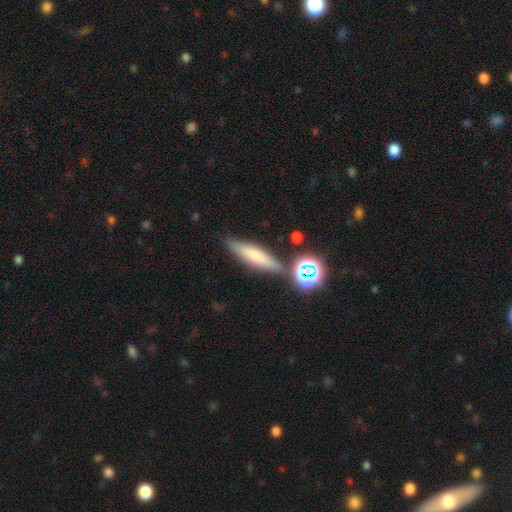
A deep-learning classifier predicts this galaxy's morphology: smooth_or_featured: smooth (p=0.65) [alt: featured or disk p=0.24]
how_rounded: cigar-shaped (p=0.71) [alt: in between p=0.25]
merging: none (p=0.77) [alt: minor disturbance p=0.12]